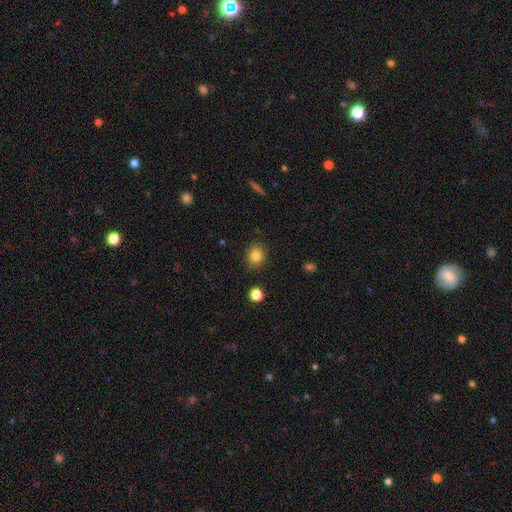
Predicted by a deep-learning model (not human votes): smooth 83%, star or artifact 11%, featured or disk 6%. Down the decision tree: how rounded — round (74%); merging — none (88%).